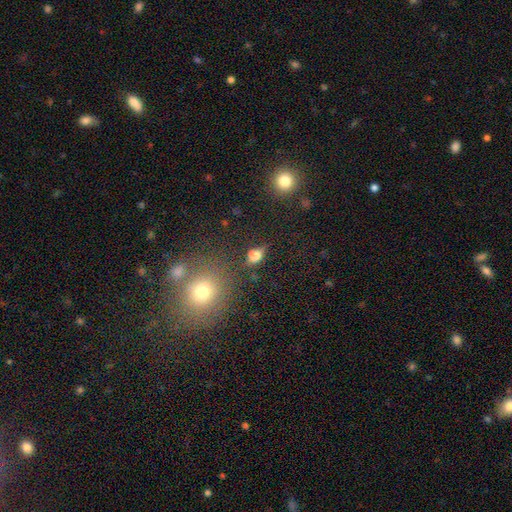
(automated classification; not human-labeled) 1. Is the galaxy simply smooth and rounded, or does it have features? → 73% smooth, 14% star or artifact, 13% featured or disk.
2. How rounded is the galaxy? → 67% in between, 28% round, 5% cigar-shaped.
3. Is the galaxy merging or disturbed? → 60% none, 22% minor disturbance, 9% major disturbance, 9% merger.